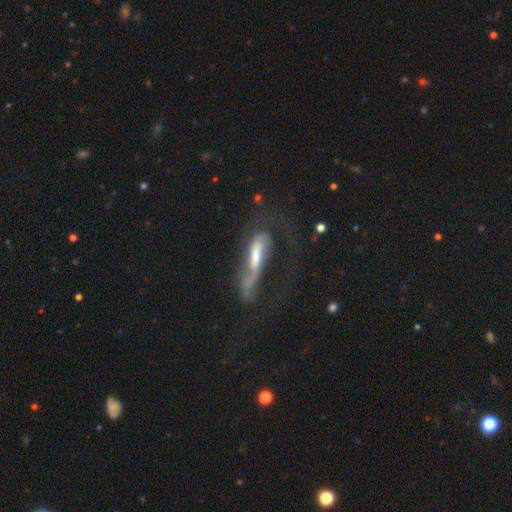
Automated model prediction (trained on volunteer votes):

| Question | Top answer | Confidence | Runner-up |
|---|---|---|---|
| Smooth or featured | featured or disk | 63% | smooth (29%) |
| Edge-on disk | no | 72% | yes (28%) |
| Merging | major disturbance | 50% | none (29%) |